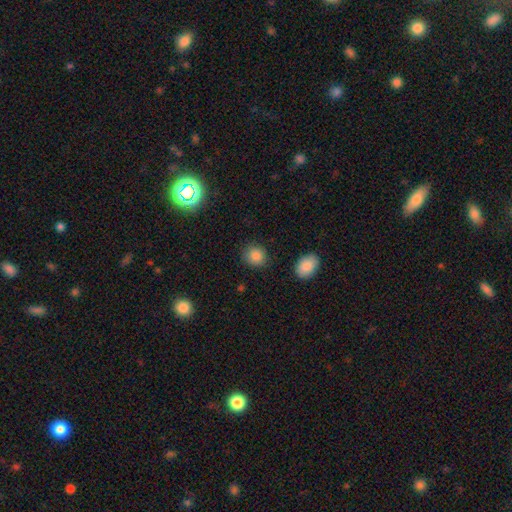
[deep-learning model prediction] A smooth galaxy with no disk features (87%) that is round (83%).

Vote fractions:
- Smooth or featured? smooth: 87% / star or artifact: 9% / featured or disk: 4%
- How rounded? round: 83% / in between: 16% / cigar-shaped: 1%
- Merging? none: 86% / minor disturbance: 9% / major disturbance: 3% / merger: 2%